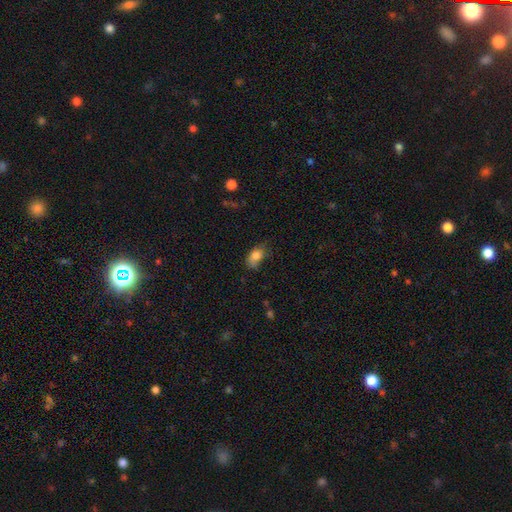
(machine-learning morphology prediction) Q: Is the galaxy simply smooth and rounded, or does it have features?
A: smooth — 78%.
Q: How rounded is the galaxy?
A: in between — 83%.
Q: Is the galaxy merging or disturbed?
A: none — 45%.